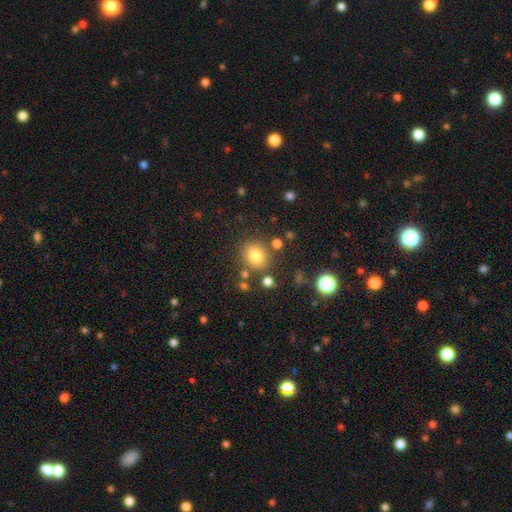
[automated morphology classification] A smooth galaxy with no disk features (78%) that is round (78%). Merging: none (80%).